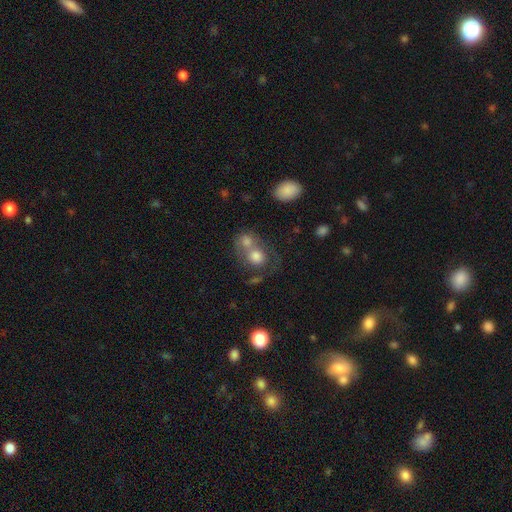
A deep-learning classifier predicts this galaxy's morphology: Smooth or featured: smooth — 70% (featured or disk — 20%)
How rounded: round — 69% (in between — 30%)
Merging: merger — 58% (none — 25%)